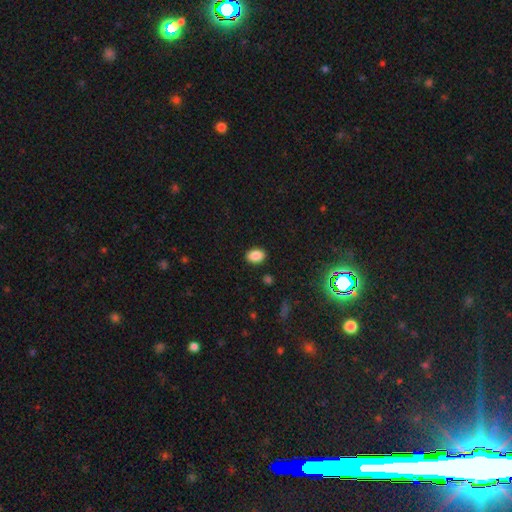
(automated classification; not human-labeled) A smooth galaxy with no disk features (86%) that is in between round and cigar-shaped (79%).

Vote fractions:
- Smooth or featured? smooth: 86% / star or artifact: 10% / featured or disk: 4%
- How rounded? in between: 79% / round: 19% / cigar-shaped: 1%
- Merging? none: 88% / minor disturbance: 8% / major disturbance: 2% / merger: 1%